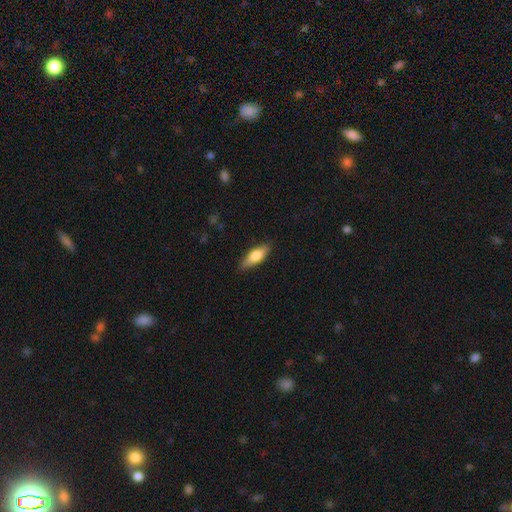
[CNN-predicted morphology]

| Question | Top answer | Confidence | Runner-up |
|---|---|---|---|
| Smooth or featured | smooth | 66% | featured or disk (28%) |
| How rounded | in between | 58% | cigar-shaped (39%) |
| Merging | none | 86% | minor disturbance (11%) |